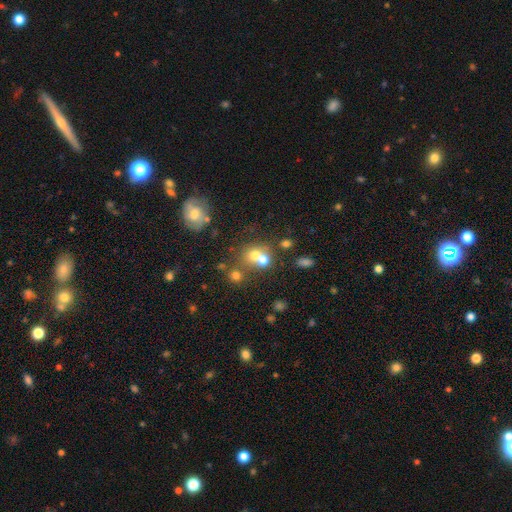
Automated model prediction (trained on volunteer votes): Smooth or featured?
  - smooth: 65% *
  - featured or disk: 19%
  - star or artifact: 16%
How rounded?
  - round: 73% *
  - in between: 26%
  - cigar-shaped: 1%
Merging?
  - merger: 52% *
  - none: 36%
  - minor disturbance: 8%
  - major disturbance: 5%